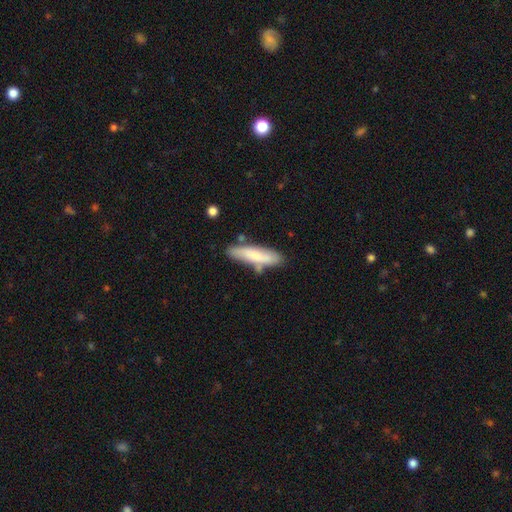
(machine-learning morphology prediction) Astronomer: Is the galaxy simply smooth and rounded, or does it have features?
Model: smooth — 69%.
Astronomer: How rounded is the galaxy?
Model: cigar-shaped — 70%.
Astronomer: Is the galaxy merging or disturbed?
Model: none — 67%.